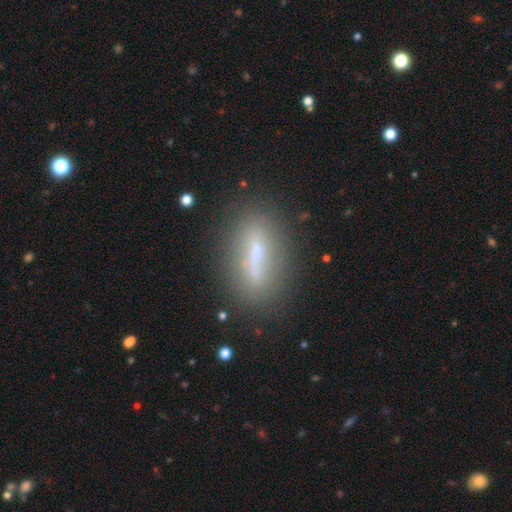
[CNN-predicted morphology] Q: Smooth or featured?
A: smooth (48%); runner-up: featured or disk (41%)
Q: Merging?
A: none (76%); runner-up: minor disturbance (14%)